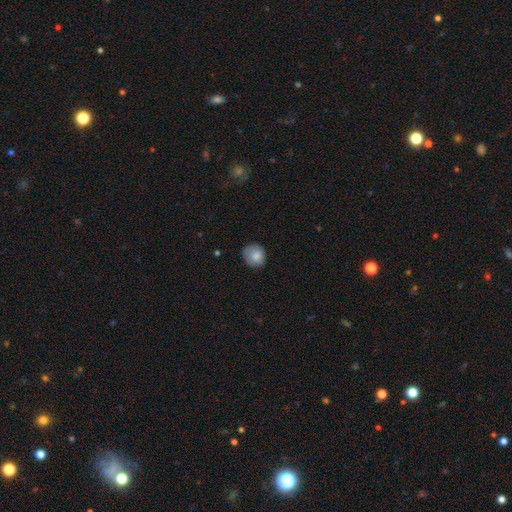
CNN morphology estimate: This is clearly a smooth galaxy (83%). How rounded: likely round (78%). Merging: likely none (76%).